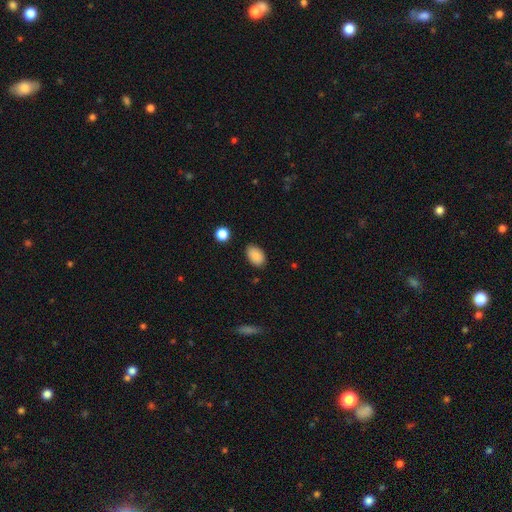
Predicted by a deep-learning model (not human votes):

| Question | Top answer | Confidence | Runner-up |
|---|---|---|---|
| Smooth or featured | smooth | 88% | star or artifact (8%) |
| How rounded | in between | 89% | round (10%) |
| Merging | none | 84% | minor disturbance (12%) |